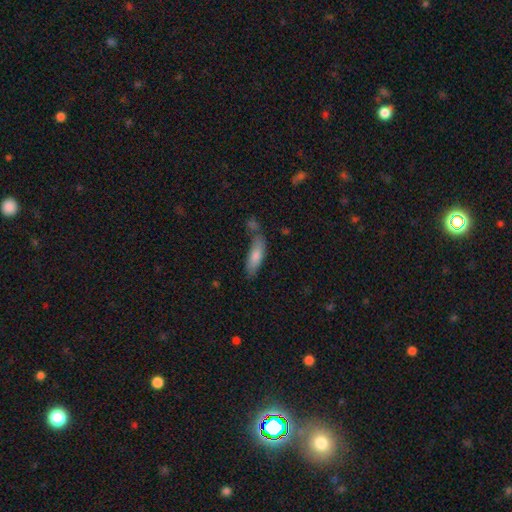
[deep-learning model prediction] A smooth galaxy with no disk features (79%) that is in between round and cigar-shaped (55%).

Vote fractions:
- Smooth or featured? smooth: 79% / featured or disk: 15% / star or artifact: 6%
- How rounded? in between: 55% / cigar-shaped: 43% / round: 2%
- Merging? none: 55% / minor disturbance: 21% / merger: 18% / major disturbance: 7%